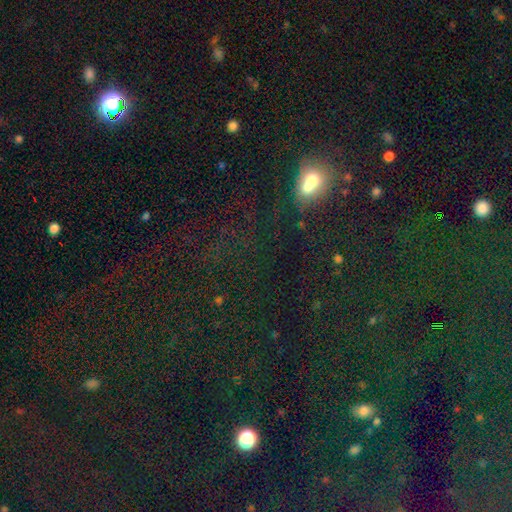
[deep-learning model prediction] Q: Smooth or featured?
A: star or artifact (49%); runner-up: smooth (40%)